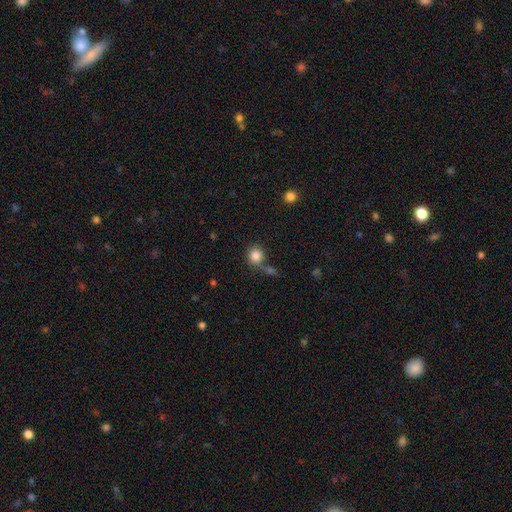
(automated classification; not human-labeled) Q: Smooth or featured?
A: smooth (84%); runner-up: star or artifact (10%)
Q: How rounded?
A: round (87%); runner-up: in between (12%)
Q: Merging?
A: none (64%); runner-up: merger (19%)